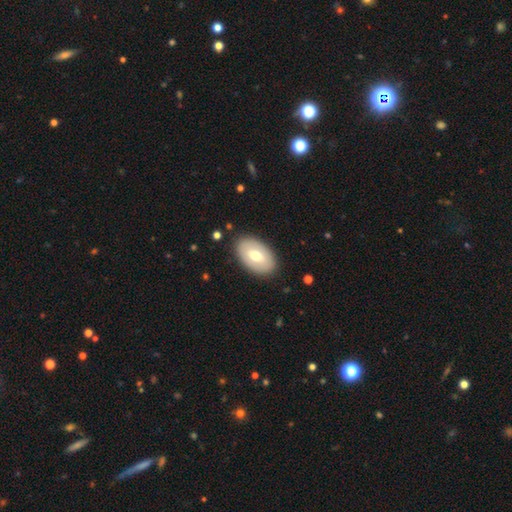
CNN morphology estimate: A smooth galaxy with no disk features (62%) that is in between round and cigar-shaped (92%). Merging: none (87%).